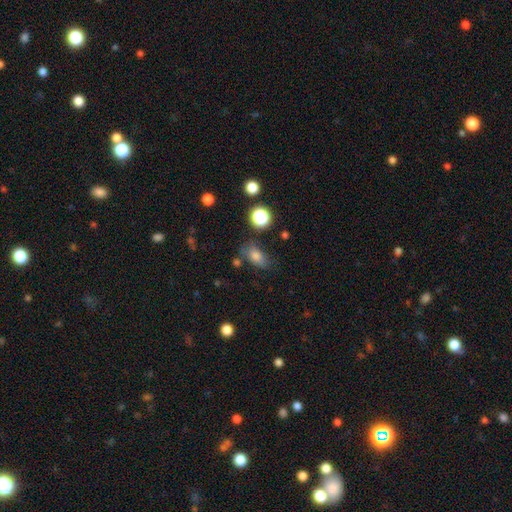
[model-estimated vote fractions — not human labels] Morphology: type=smooth (76%); roundness=in between (81%); merging=none (69%).